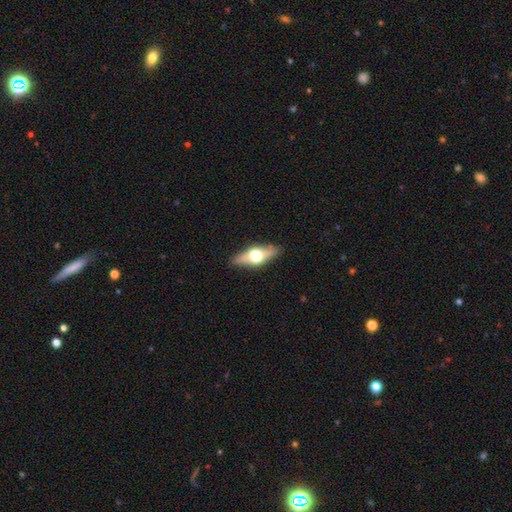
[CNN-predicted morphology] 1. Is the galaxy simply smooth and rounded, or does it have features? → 59% featured or disk, 34% smooth, 7% star or artifact.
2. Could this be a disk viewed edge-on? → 90% yes, 10% no.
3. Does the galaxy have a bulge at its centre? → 96% rounded, 3% boxy, 1% none.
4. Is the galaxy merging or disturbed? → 87% none, 9% minor disturbance, 2% major disturbance, 1% merger.